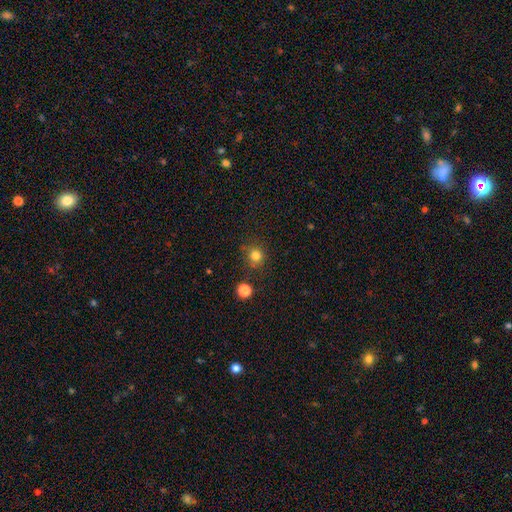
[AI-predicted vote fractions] This appears to be a smooth galaxy with no disk features (80%) that is round (89%). Merging: none (81%).